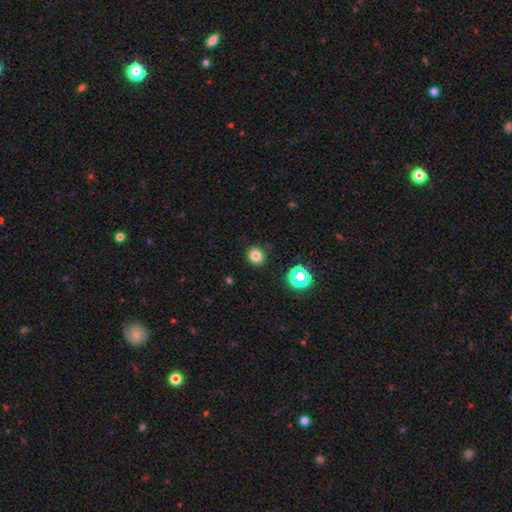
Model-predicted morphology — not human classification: smooth_or_featured: smooth (p=0.78) [alt: star or artifact p=0.16]
how_rounded: round (p=0.75) [alt: in between p=0.24]
merging: none (p=0.89) [alt: minor disturbance p=0.07]